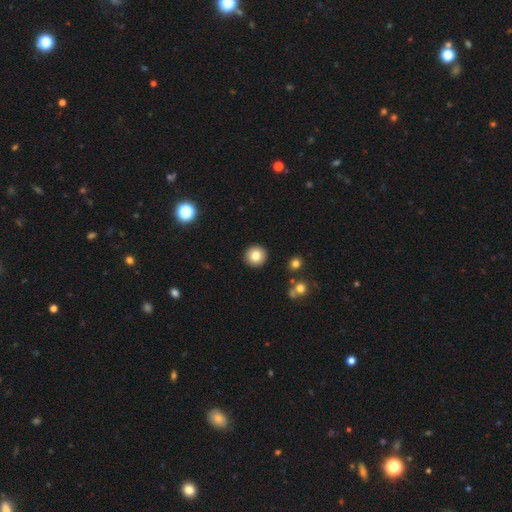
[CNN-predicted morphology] A smooth galaxy with no disk features (82%) that is round (95%).

Vote fractions:
- Smooth or featured? smooth: 82% / star or artifact: 10% / featured or disk: 9%
- How rounded? round: 95% / in between: 4% / cigar-shaped: 1%
- Merging? none: 93% / minor disturbance: 4% / major disturbance: 2% / merger: 1%